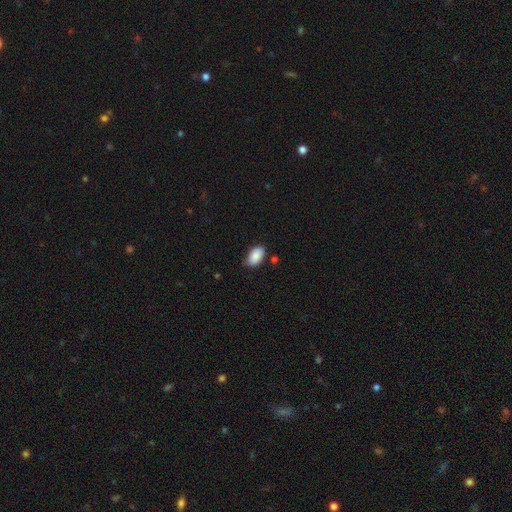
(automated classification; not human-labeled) Smooth or featured? smooth (89%)
How rounded? in between (94%)
Merging? none (72%)